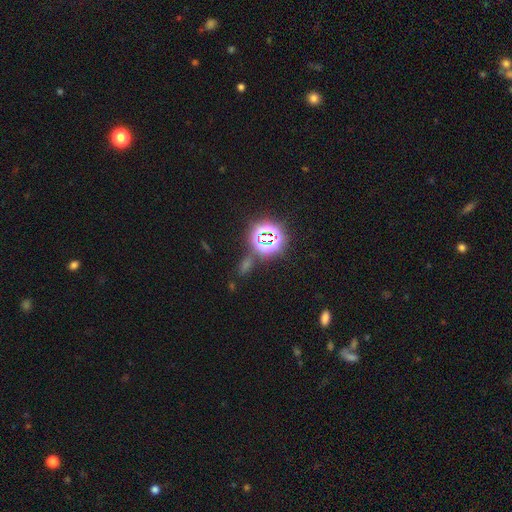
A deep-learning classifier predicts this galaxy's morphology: Overall: star or artifact (78%).